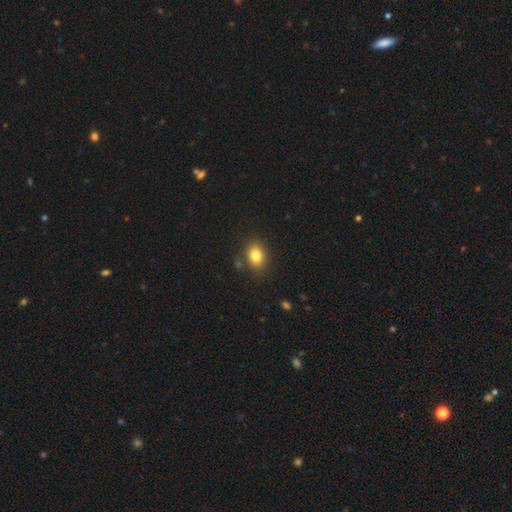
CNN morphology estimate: Smooth or featured? smooth (83%)
How rounded? in between (63%)
Merging? none (80%)